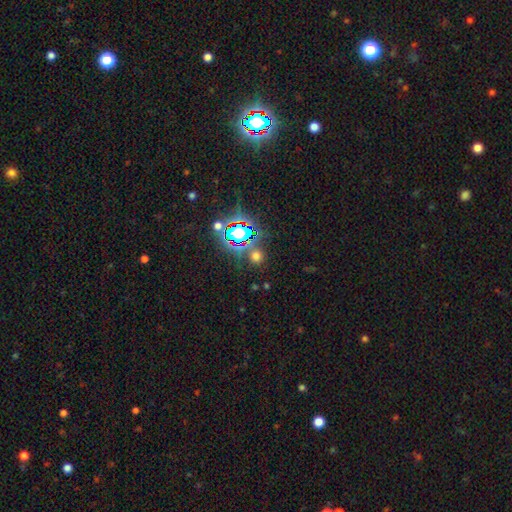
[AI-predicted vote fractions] smooth_or_featured: smooth (p=0.52) [alt: star or artifact p=0.41]
how_rounded: round (p=0.86) [alt: in between p=0.12]
merging: none (p=0.79) [alt: merger p=0.09]